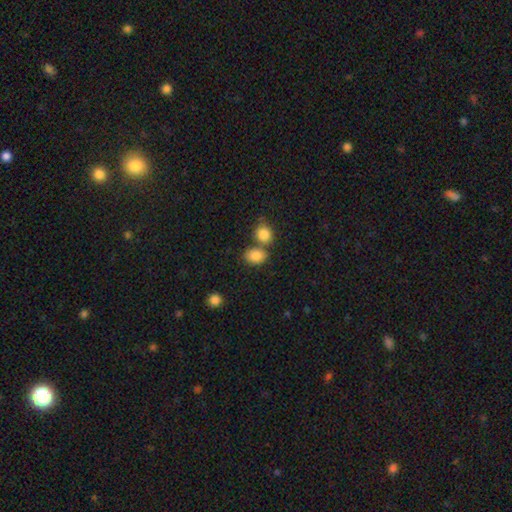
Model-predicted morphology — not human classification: Smooth or featured?
  - smooth: 84% *
  - star or artifact: 9%
  - featured or disk: 6%
How rounded?
  - in between: 62% *
  - round: 36%
  - cigar-shaped: 1%
Merging?
  - none: 52% *
  - merger: 33%
  - minor disturbance: 11%
  - major disturbance: 3%